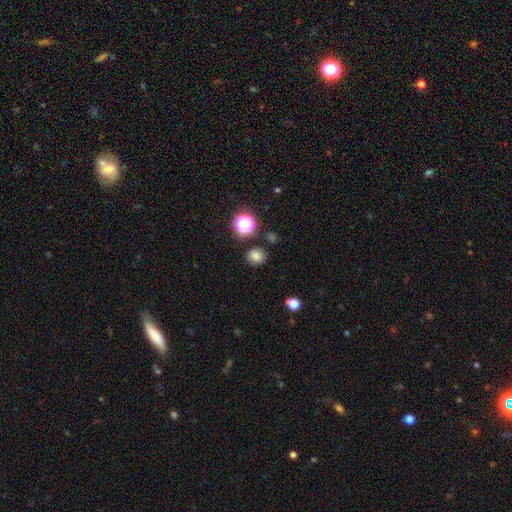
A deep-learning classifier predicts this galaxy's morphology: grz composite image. It shows a smooth galaxy with no disk features (78%) that is round (79%). Merging: none (85%).